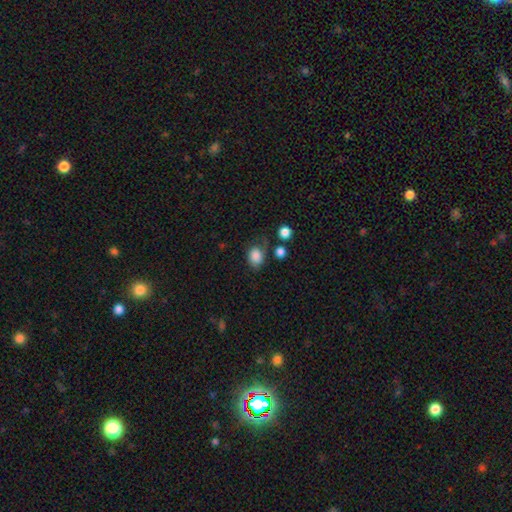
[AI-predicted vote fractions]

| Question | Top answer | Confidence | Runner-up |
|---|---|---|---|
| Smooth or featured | smooth | 83% | star or artifact (9%) |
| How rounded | in between | 58% | round (41%) |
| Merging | none | 53% | minor disturbance (27%) |